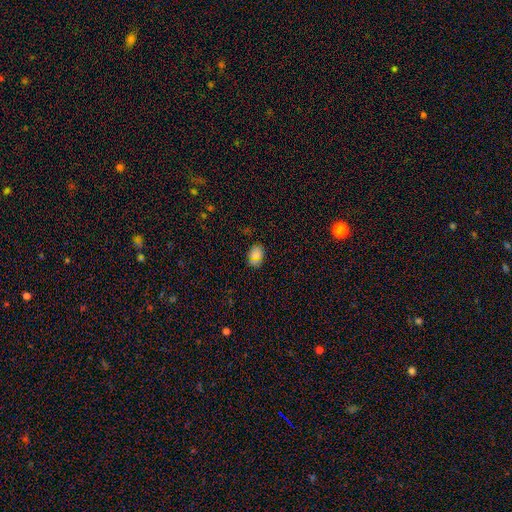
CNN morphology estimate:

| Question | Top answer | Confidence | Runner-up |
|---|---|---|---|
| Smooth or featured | smooth | 72% | star or artifact (21%) |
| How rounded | in between | 71% | round (27%) |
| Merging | none | 85% | minor disturbance (10%) |